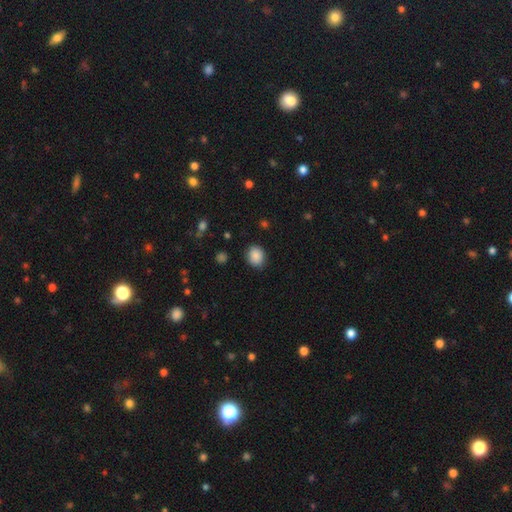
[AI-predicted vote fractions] Smooth or featured? smooth (88%)
How rounded? round (60%)
Merging? none (84%)